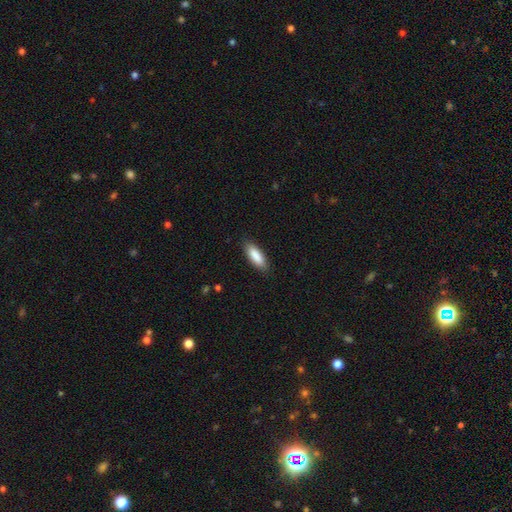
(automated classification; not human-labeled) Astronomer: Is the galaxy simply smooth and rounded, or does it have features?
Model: smooth — 87%.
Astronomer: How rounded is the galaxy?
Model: in between — 62%.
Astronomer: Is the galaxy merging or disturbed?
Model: none — 87%.